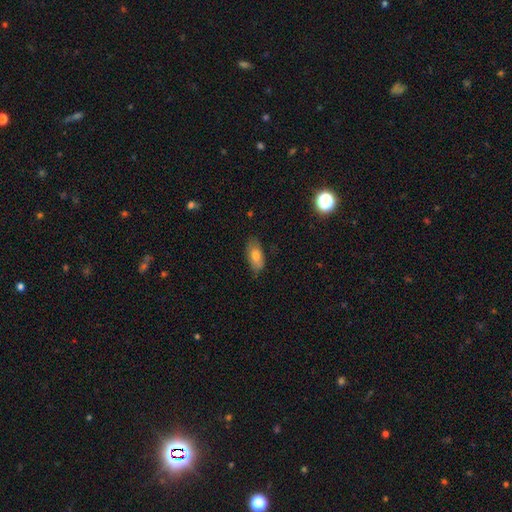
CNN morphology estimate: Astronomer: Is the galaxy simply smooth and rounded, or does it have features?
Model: smooth — 77%.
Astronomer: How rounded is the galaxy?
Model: in between — 85%.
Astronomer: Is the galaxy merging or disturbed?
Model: none — 78%.